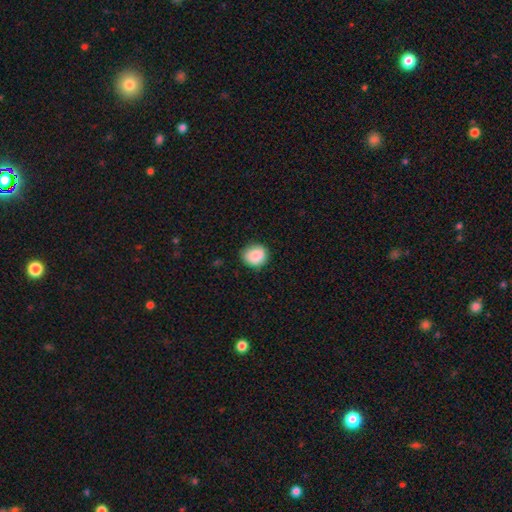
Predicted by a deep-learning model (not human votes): Smooth or featured?
  - smooth: 87% *
  - star or artifact: 8%
  - featured or disk: 5%
How rounded?
  - round: 80% *
  - in between: 19%
  - cigar-shaped: 1%
Merging?
  - none: 82% *
  - minor disturbance: 14%
  - major disturbance: 3%
  - merger: 1%